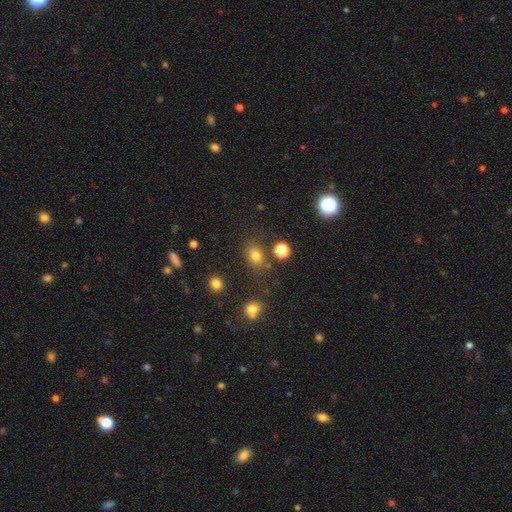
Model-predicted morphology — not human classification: Smooth or featured? smooth (76%)
How rounded? in between (60%)
Merging? none (73%)